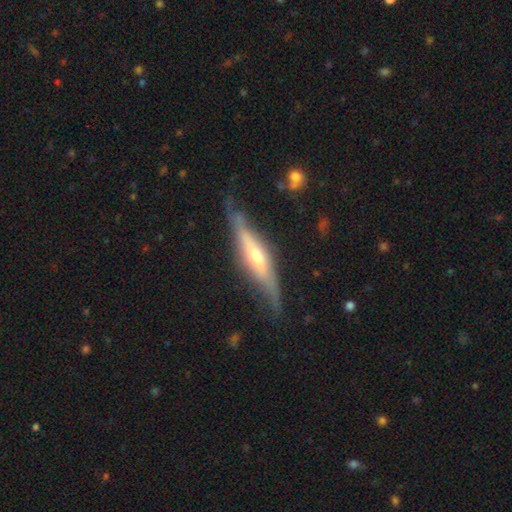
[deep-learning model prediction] Smooth or featured: featured or disk — 70% (smooth — 25%)
Edge-on disk: yes — 81% (no — 19%)
Edge-on bulge: rounded — 68% (none — 16%)
Merging: none — 68% (minor disturbance — 22%)